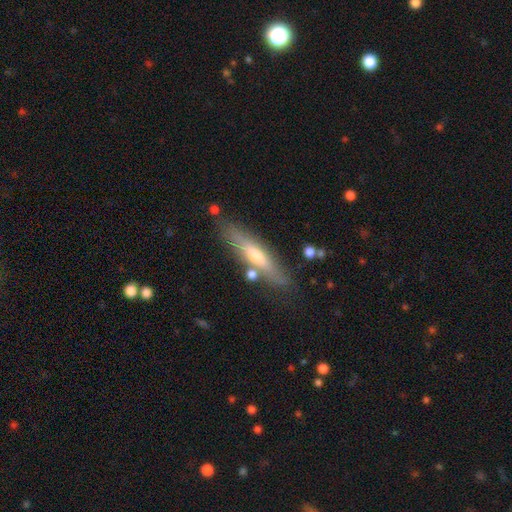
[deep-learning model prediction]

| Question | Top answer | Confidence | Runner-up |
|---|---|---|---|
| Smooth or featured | featured or disk | 51% | smooth (43%) |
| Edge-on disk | yes | 82% | no (18%) |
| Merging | none | 80% | minor disturbance (13%) |